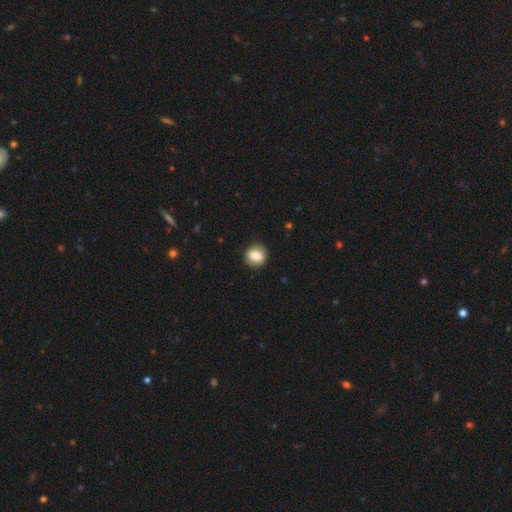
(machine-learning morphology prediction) This appears to be a smooth galaxy with no disk features (81%) that is round (82%). Merging: none (87%).